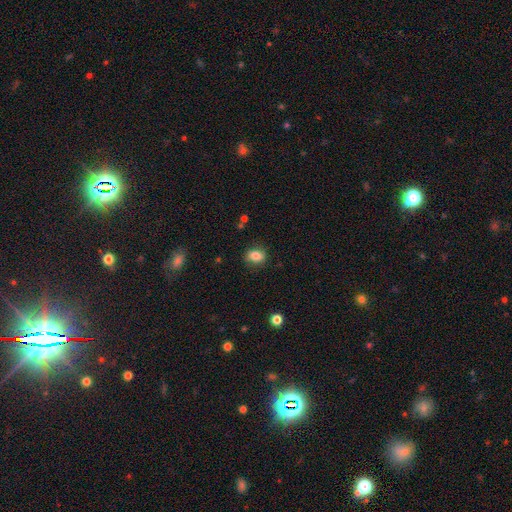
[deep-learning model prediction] A smooth galaxy with no disk features (82%) that is in between round and cigar-shaped (56%). Merging: none (82%).